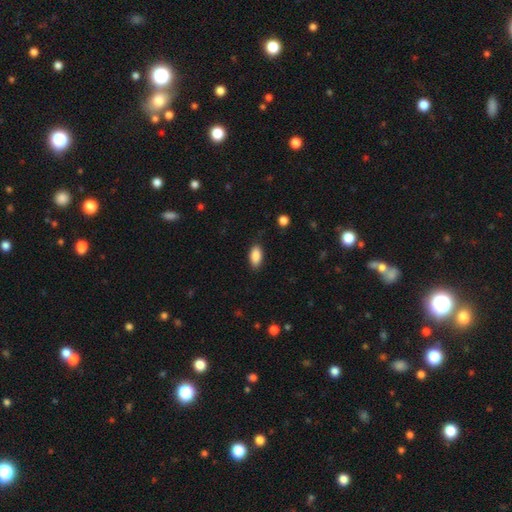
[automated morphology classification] Q: Smooth or featured?
A: smooth (89%); runner-up: star or artifact (7%)
Q: How rounded?
A: in between (91%); runner-up: cigar-shaped (6%)
Q: Merging?
A: none (84%); runner-up: minor disturbance (12%)